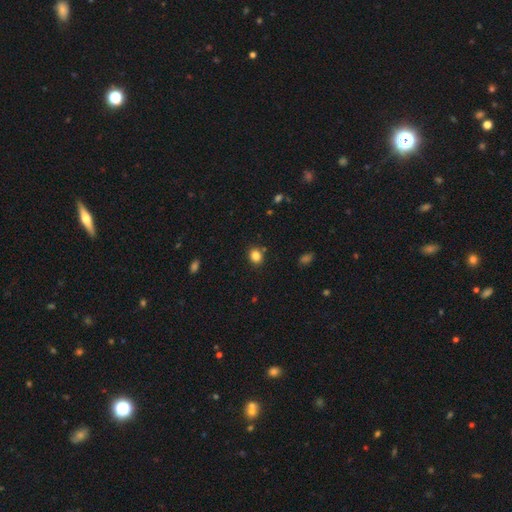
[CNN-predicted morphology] Overall: smooth (84%). How rounded: round (55%; in between 44%). Merging: none (83%).